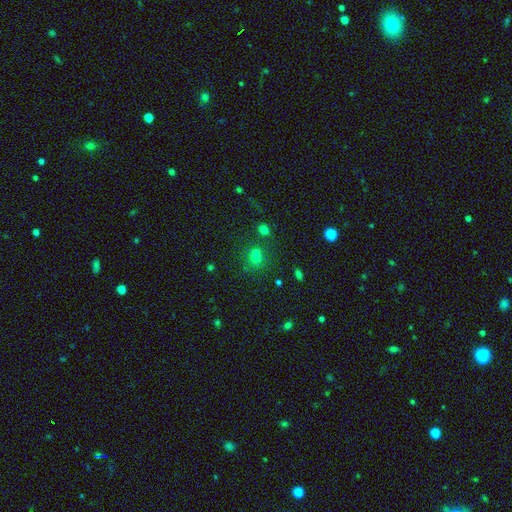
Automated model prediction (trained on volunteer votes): Smooth or featured?
  - smooth: 64% *
  - star or artifact: 27%
  - featured or disk: 9%
How rounded?
  - round: 50% *
  - in between: 48%
  - cigar-shaped: 2%
Merging?
  - none: 56% *
  - merger: 23%
  - minor disturbance: 14%
  - major disturbance: 7%